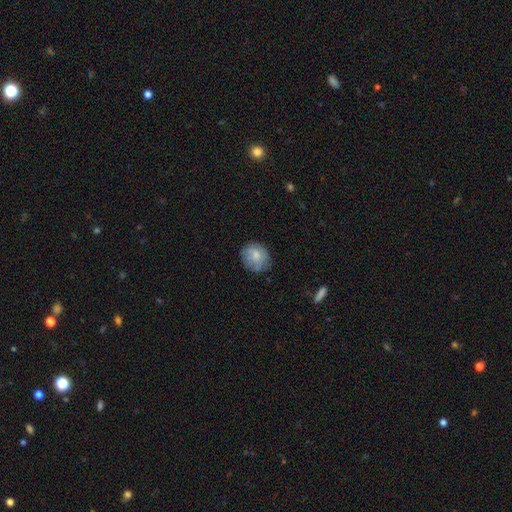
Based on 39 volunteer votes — Overall: smooth (79%). How rounded: round (52%; in between 48%). Merging: none (79%).